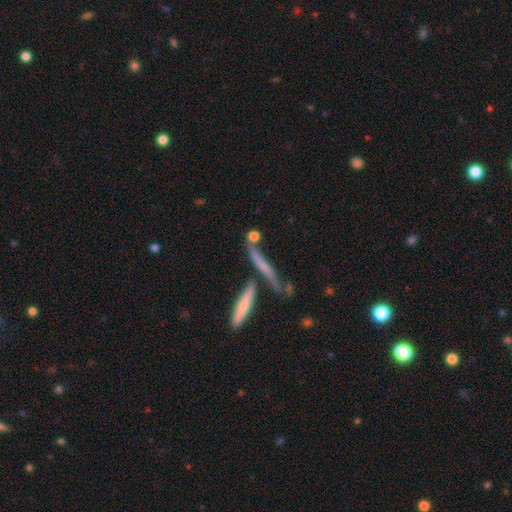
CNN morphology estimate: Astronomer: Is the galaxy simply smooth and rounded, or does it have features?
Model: featured or disk — 43% (runner-up: smooth, 42%).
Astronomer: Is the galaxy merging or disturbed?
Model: none — 54%.